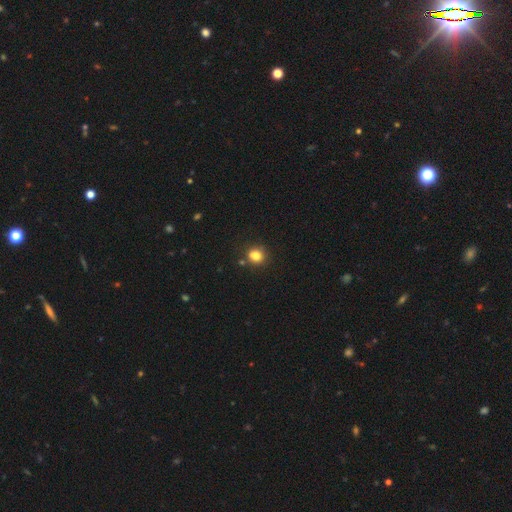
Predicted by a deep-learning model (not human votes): smooth 82%, star or artifact 12%, featured or disk 6%. Down the decision tree: how rounded — round (79%); merging — none (81%).